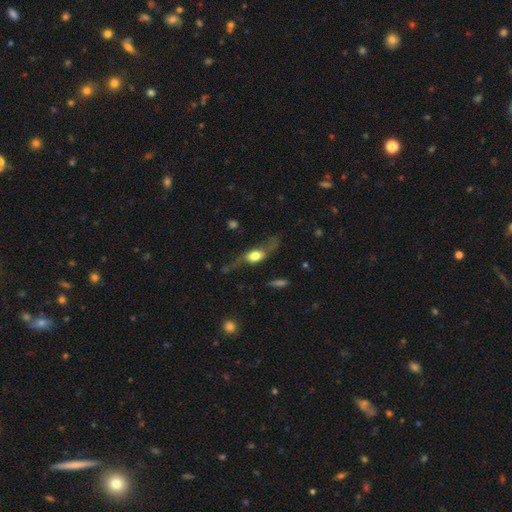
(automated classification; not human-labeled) A smooth galaxy with no disk features (47%). Merging: none (42%).